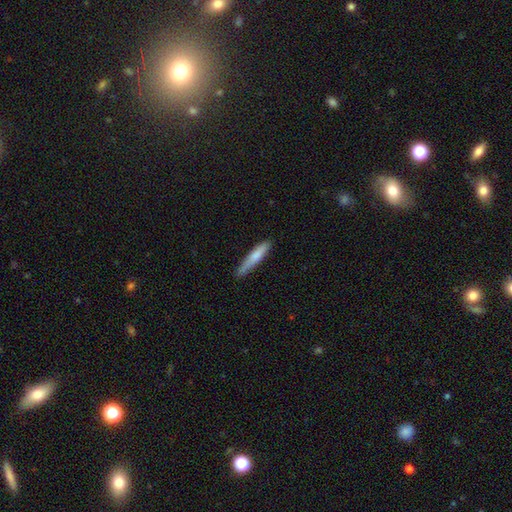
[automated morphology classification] type=smooth (75%); roundness=cigar-shaped (89%); merging=none (76%).